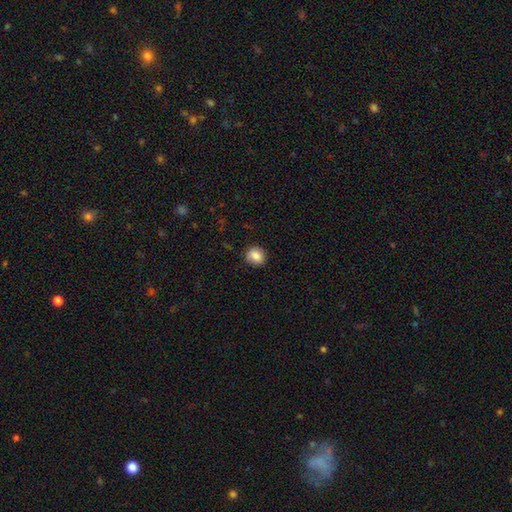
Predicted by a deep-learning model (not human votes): A smooth galaxy with no disk features (84%) that is round (76%). Merging: none (84%).